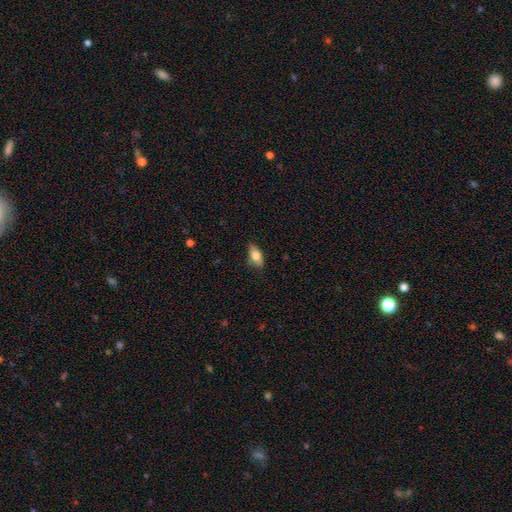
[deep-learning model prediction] smooth 76%, featured or disk 17%, star or artifact 7%. Down the decision tree: how rounded — in between (87%); merging — none (79%).